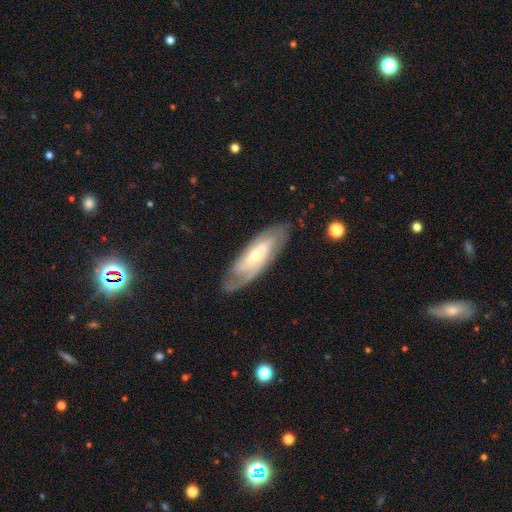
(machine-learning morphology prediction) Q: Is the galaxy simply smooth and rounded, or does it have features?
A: featured or disk — 79%.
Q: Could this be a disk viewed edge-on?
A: no — 85%.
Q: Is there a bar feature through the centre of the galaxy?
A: no — 57%.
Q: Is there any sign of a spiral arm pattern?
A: yes — 93%.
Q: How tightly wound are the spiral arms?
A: tight — 58%.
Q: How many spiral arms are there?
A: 2 — 45%.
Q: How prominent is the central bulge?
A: small — 62%.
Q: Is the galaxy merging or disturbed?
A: none — 78%.